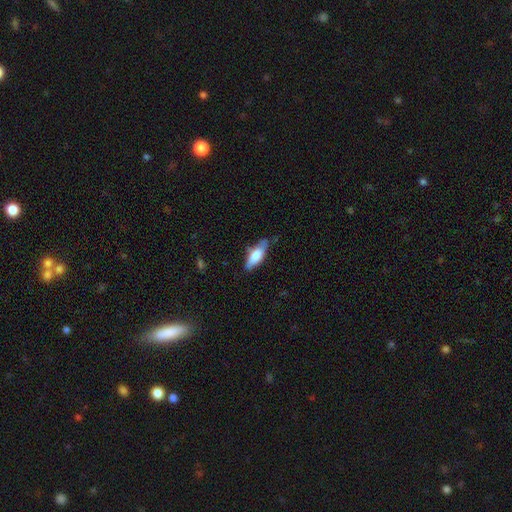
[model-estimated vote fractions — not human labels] This appears to be a smooth galaxy with no disk features (71%) that is in between round and cigar-shaped (64%). Merging: none (64%).